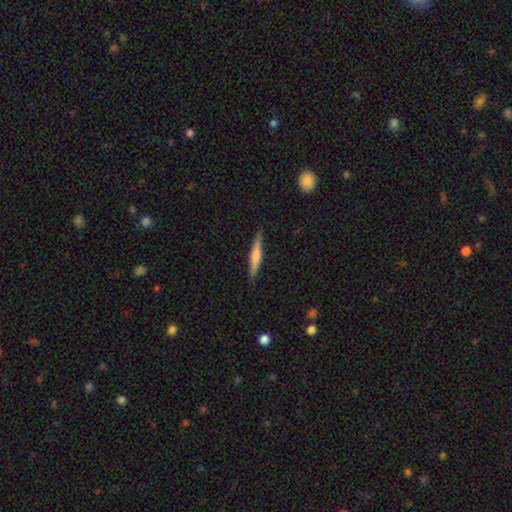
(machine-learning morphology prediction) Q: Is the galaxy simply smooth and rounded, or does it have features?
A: featured or disk — 50%.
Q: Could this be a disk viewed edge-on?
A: yes — 96%.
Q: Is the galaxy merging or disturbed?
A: none — 88%.